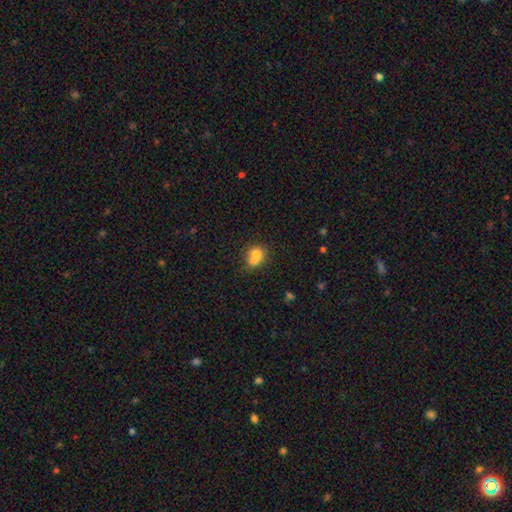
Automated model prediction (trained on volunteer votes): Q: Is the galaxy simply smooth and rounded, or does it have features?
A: smooth — 71%.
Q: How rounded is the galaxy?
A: round — 62%.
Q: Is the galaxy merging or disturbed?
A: merger — 59%.